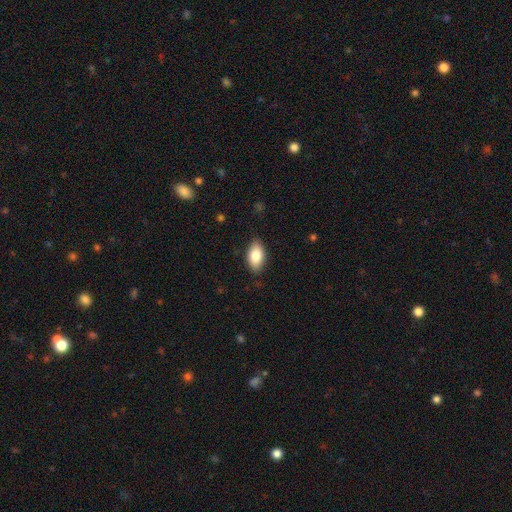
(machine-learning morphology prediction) smooth-or-featured: smooth: 82% | featured or disk: 11% | star or artifact: 6%
  how-rounded: in between: 93% | round: 4% | cigar-shaped: 3%
  merging: none: 86% | minor disturbance: 11% | major disturbance: 2% | merger: 1%